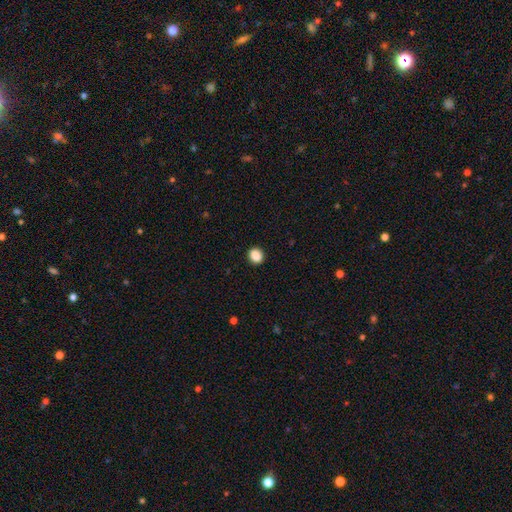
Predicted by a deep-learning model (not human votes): Morphology: type=smooth (88%); roundness=round (65%); merging=none (92%).